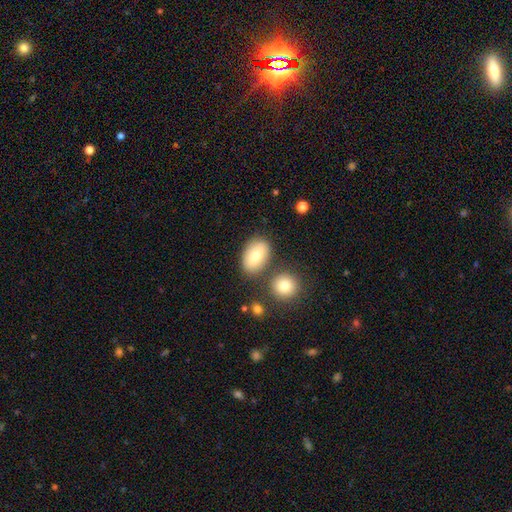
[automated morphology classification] Smooth or featured?
  - smooth: 77% *
  - featured or disk: 16%
  - star or artifact: 7%
How rounded?
  - in between: 86% *
  - round: 12%
  - cigar-shaped: 2%
Merging?
  - none: 72% *
  - minor disturbance: 12%
  - merger: 12%
  - major disturbance: 3%